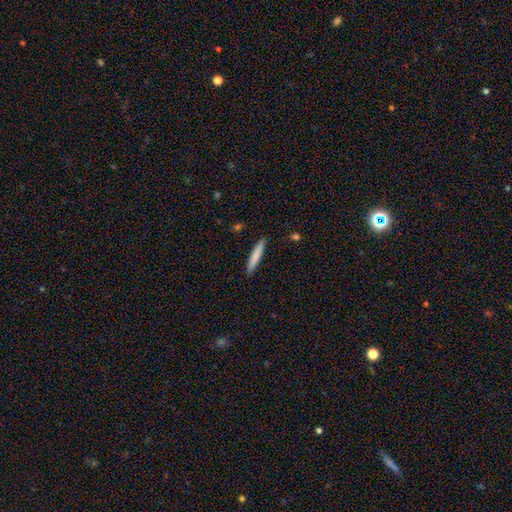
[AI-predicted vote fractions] This appears to be a smooth galaxy with no disk features (81%) that is cigar-shaped (92%). Merging: none (90%).